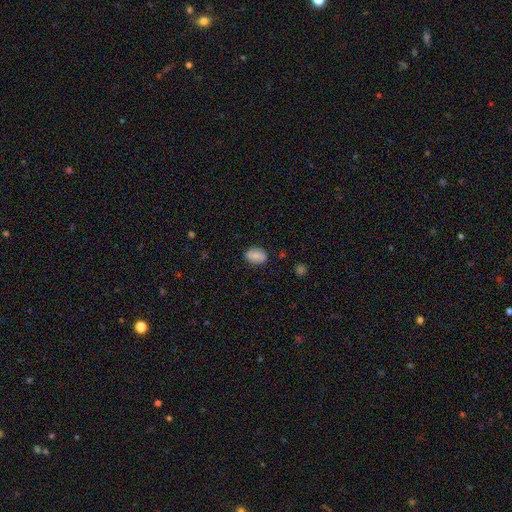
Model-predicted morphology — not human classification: Smooth or featured? smooth (77%)
How rounded? in between (82%)
Merging? none (84%)